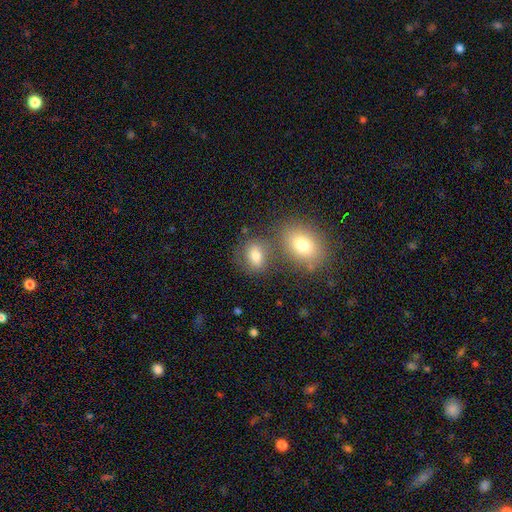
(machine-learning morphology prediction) Smooth or featured: smooth — 76% (star or artifact — 12%)
How rounded: in between — 68% (round — 30%)
Merging: none — 58% (merger — 25%)